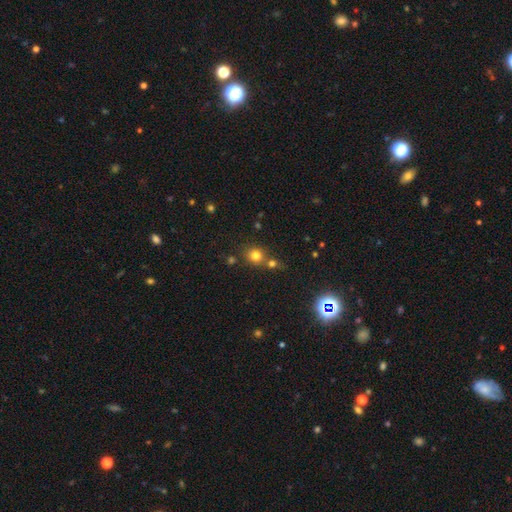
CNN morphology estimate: smooth 76%, star or artifact 16%, featured or disk 8%. Down the decision tree: how rounded — round (85%); merging — none (62%).